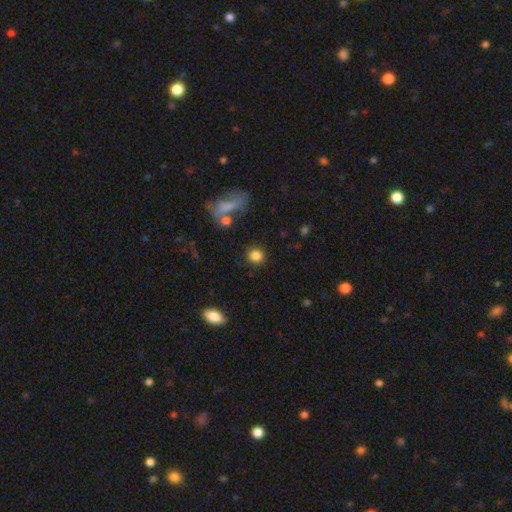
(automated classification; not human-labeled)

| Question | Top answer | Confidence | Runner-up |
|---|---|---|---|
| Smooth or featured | smooth | 84% | star or artifact (11%) |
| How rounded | round | 86% | in between (13%) |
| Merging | none | 85% | minor disturbance (8%) |